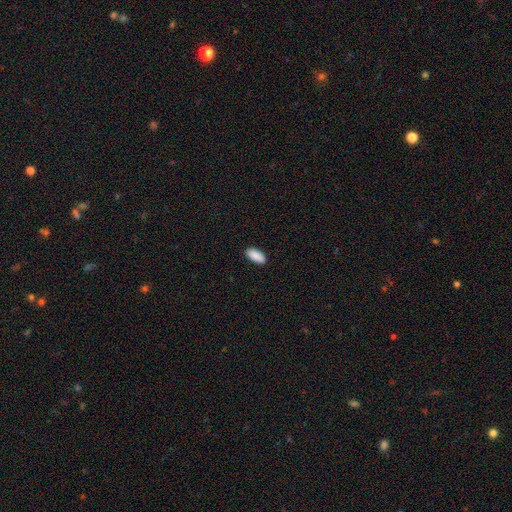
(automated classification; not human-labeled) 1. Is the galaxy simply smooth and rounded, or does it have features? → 91% smooth, 6% star or artifact, 3% featured or disk.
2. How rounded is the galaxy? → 90% in between, 9% cigar-shaped, 2% round.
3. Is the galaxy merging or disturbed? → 90% none, 7% minor disturbance, 2% major disturbance, 1% merger.